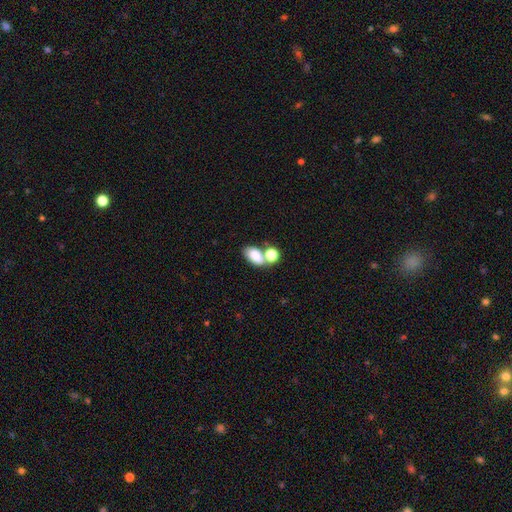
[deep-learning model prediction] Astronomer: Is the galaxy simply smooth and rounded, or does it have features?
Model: smooth — 79%.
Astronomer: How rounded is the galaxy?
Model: in between — 87%.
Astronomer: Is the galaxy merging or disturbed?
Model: merger — 43% (runner-up: none, 39%).